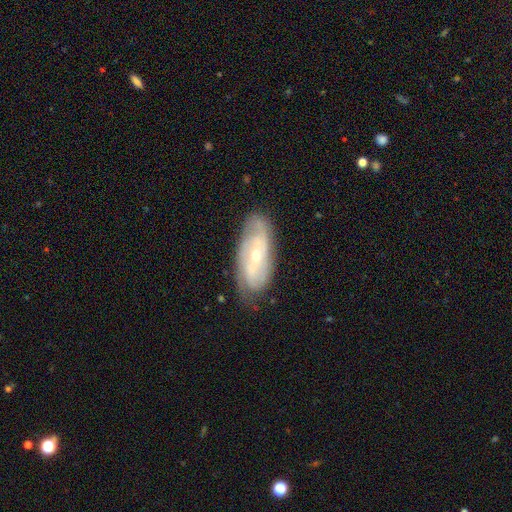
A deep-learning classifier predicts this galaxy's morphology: A featured or disk galaxy (75%) with no bar (51%), 2 (39%) tight (54%) spiral arms (89%) and a small central bulge (53%). Merging: none (76%).